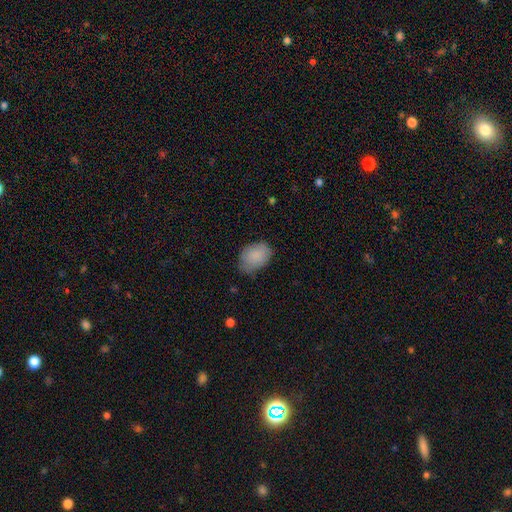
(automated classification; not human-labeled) smooth_or_featured: smooth (p=0.86) [alt: featured or disk p=0.07]
how_rounded: in between (p=0.78) [alt: round p=0.21]
merging: none (p=0.66) [alt: minor disturbance p=0.27]